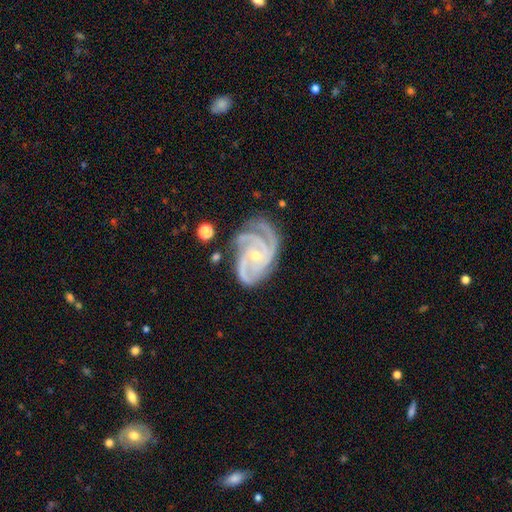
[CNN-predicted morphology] Smooth or featured? Predicted: featured or disk (p=0.92). Edge-on disk? Predicted: no (p=0.98). Bar? Predicted: no (p=0.67). Spiral arms? Predicted: yes (p=0.99). Spiral winding? Predicted: tight (p=0.60). Spiral arm count? Predicted: 3 (p=0.57). Bulge size? Predicted: small (p=0.67). Merging? Predicted: none (p=0.66).